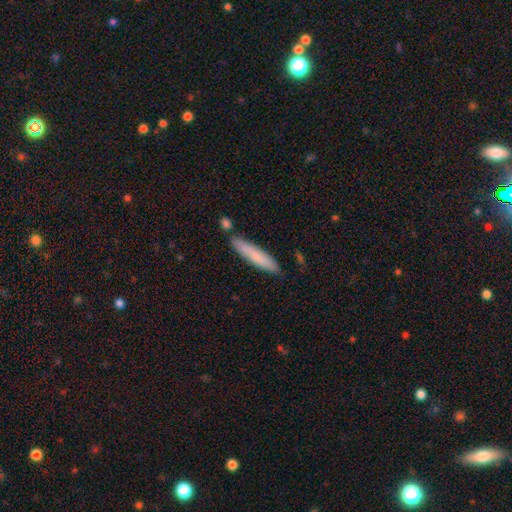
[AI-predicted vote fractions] A smooth galaxy with no disk features (78%) that is cigar-shaped (90%). Merging: none (80%).